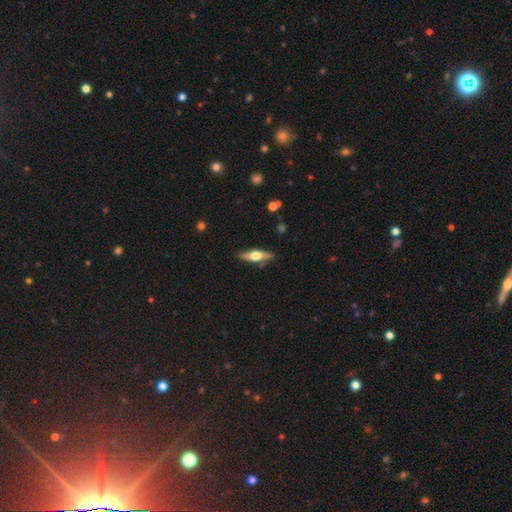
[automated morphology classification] This is possibly a featured or disk galaxy (49%). Merging: clearly none (83%).